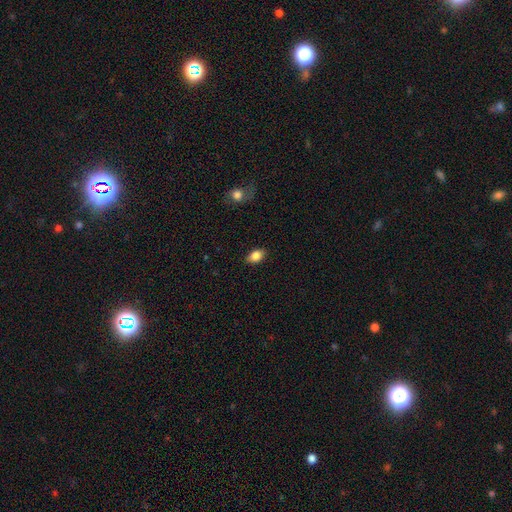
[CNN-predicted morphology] smooth 84%, star or artifact 8%, featured or disk 8%. Down the decision tree: how rounded — in between (82%); merging — none (85%).